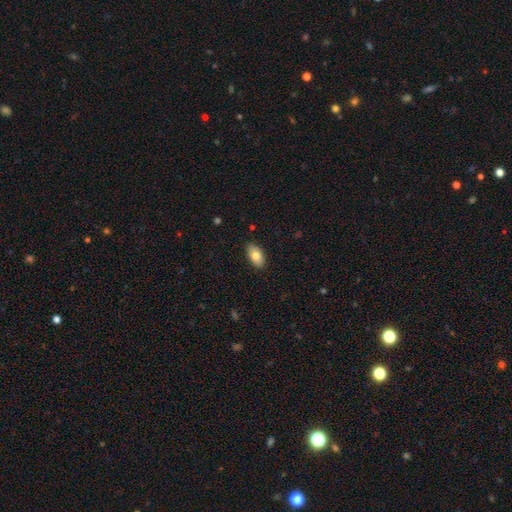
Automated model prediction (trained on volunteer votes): smooth-or-featured: smooth: 78% | featured or disk: 16% | star or artifact: 7%
  how-rounded: in between: 93% | round: 4% | cigar-shaped: 3%
  merging: none: 87% | minor disturbance: 10% | major disturbance: 2% | merger: 1%